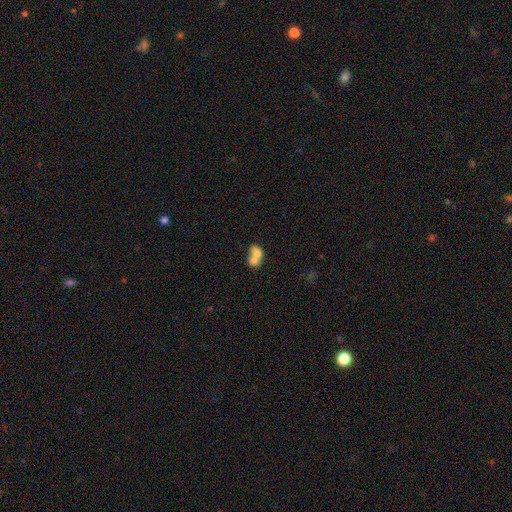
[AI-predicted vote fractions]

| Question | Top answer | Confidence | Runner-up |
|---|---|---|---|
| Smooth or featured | smooth | 69% | featured or disk (22%) |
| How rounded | in between | 54% | round (45%) |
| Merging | merger | 75% | none (16%) |